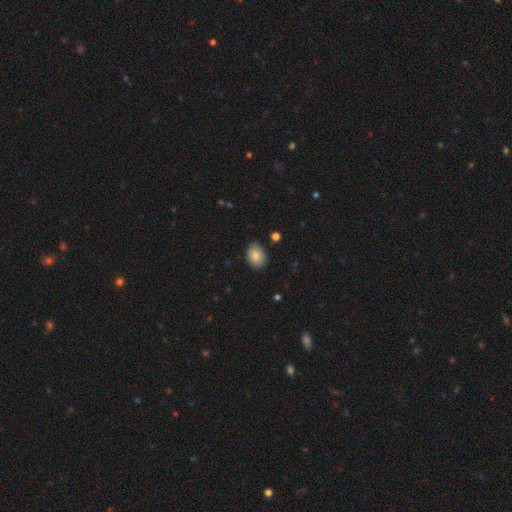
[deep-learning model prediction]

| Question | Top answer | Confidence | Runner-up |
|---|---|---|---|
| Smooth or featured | smooth | 84% | star or artifact (8%) |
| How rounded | in between | 69% | round (30%) |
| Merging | none | 86% | minor disturbance (10%) |